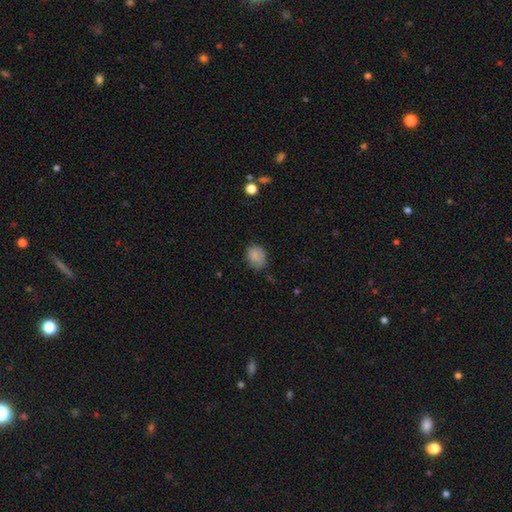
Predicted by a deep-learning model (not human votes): Smooth or featured? Predicted: smooth (p=0.82). How rounded? Predicted: round (p=0.51). Merging? Predicted: none (p=0.61).